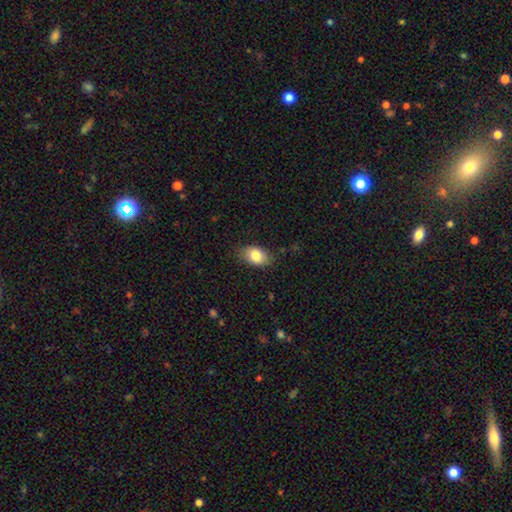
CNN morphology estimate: smooth_or_featured: smooth (p=0.82) [alt: featured or disk p=0.10]
how_rounded: in between (p=0.84) [alt: round p=0.14]
merging: none (p=0.80) [alt: minor disturbance p=0.16]